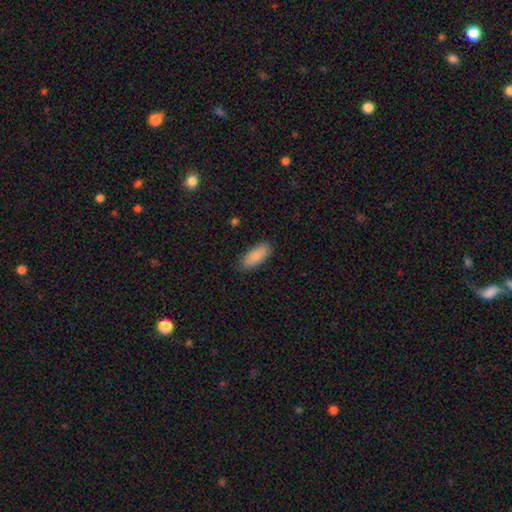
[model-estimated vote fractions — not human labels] Q: Smooth or featured?
A: smooth (88%); runner-up: star or artifact (6%)
Q: How rounded?
A: in between (77%); runner-up: cigar-shaped (21%)
Q: Merging?
A: none (84%); runner-up: minor disturbance (12%)